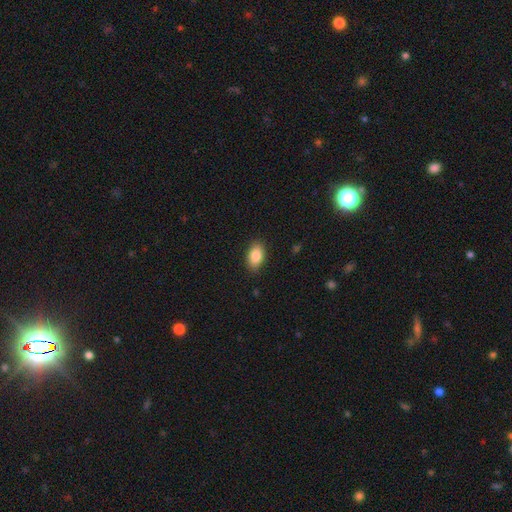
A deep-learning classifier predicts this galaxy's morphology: smooth 86%, star or artifact 7%, featured or disk 7%. Down the decision tree: how rounded — in between (90%); merging — none (86%).